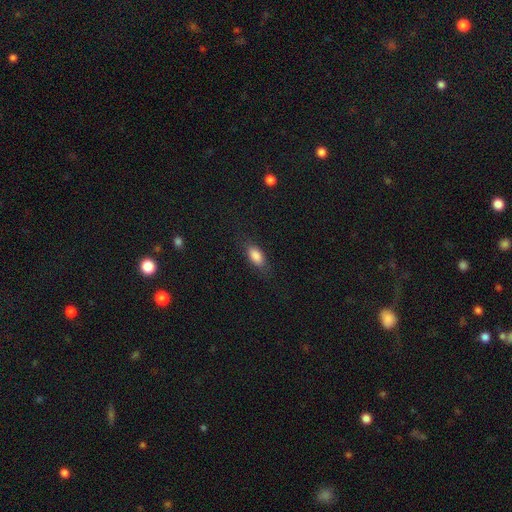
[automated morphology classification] This is clearly a smooth galaxy (84%). How rounded: clearly in between (85%). Merging: likely none (78%).